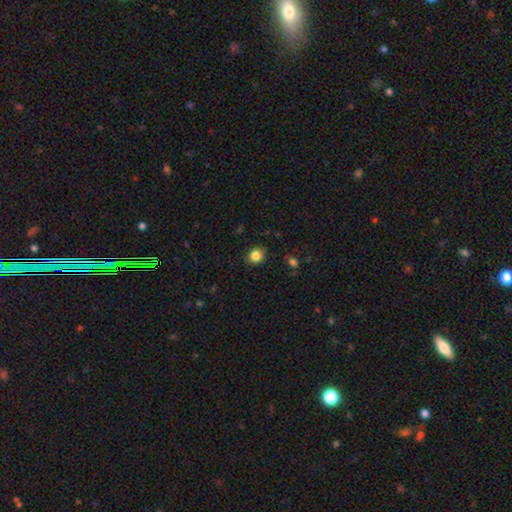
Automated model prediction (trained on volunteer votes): This appears to be a smooth galaxy with no disk features (85%) that is round (79%). Merging: none (87%).